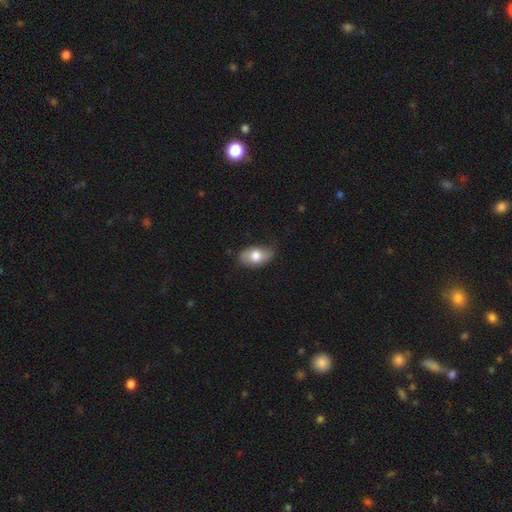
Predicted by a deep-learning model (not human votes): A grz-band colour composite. It shows a smooth galaxy with no disk features (72%) that is in between round and cigar-shaped (90%). Merging: none (63%).